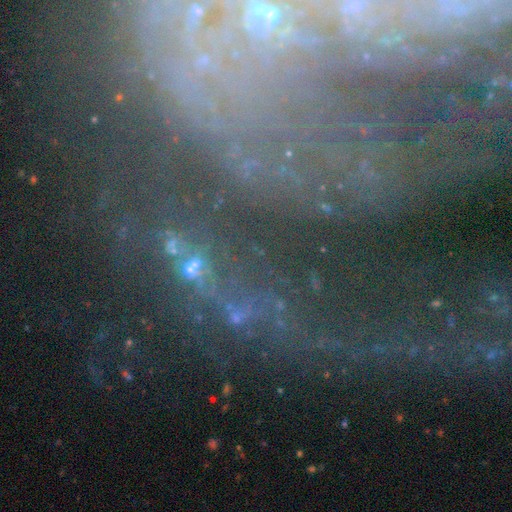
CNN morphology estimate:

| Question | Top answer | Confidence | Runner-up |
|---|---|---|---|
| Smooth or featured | featured or disk | 55% | star or artifact (32%) |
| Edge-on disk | no | 87% | yes (13%) |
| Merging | none | 56% | major disturbance (20%) |